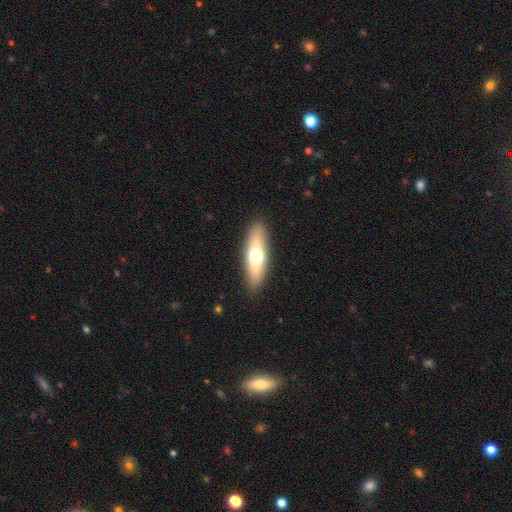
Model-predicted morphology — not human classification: The model was most divided on "how rounded": cigar-shaped: 53%, in between: 44%, round: 3%. More confident: merging — none (89%); smooth or featured — smooth (55%).